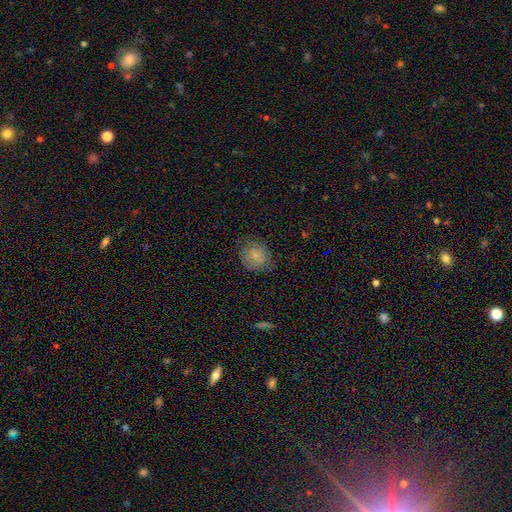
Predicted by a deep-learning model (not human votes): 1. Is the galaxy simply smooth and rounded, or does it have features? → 79% smooth, 12% featured or disk, 9% star or artifact.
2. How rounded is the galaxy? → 72% round, 27% in between, 1% cigar-shaped.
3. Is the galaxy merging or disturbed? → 73% none, 21% minor disturbance, 5% major disturbance, 1% merger.